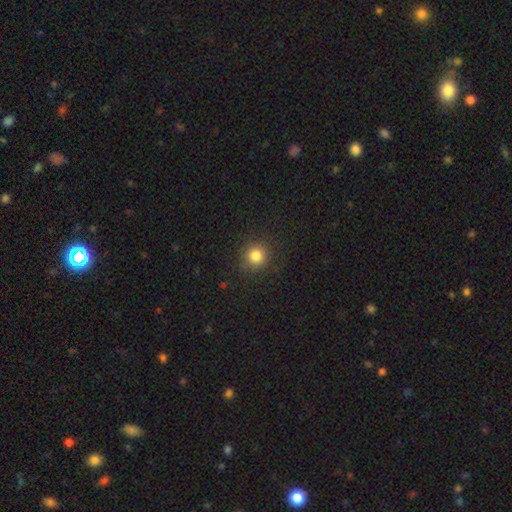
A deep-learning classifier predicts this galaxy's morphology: A smooth galaxy with no disk features (82%) that is round (93%). Merging: none (88%).